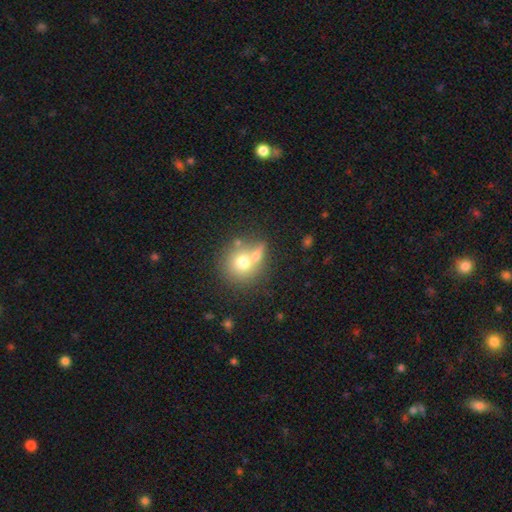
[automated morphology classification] Smooth or featured?
  - smooth: 69% *
  - featured or disk: 20%
  - star or artifact: 11%
How rounded?
  - round: 85% *
  - in between: 14%
  - cigar-shaped: 2%
Merging?
  - none: 48% *
  - merger: 36%
  - minor disturbance: 11%
  - major disturbance: 6%